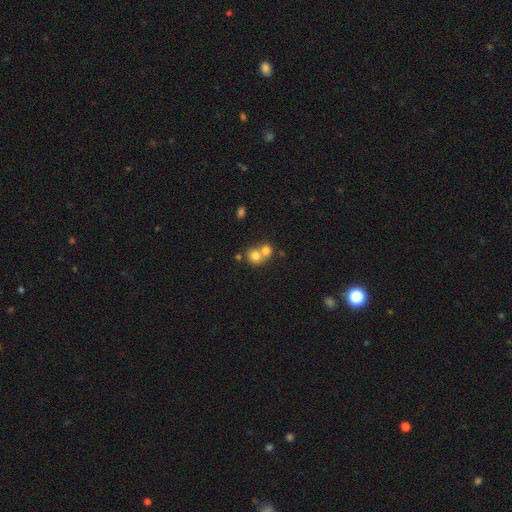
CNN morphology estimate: The model was most divided on "merging": merger: 62%, none: 30%, minor disturbance: 5%, major disturbance: 2%. More confident: how rounded — round (78%); smooth or featured — smooth (74%).